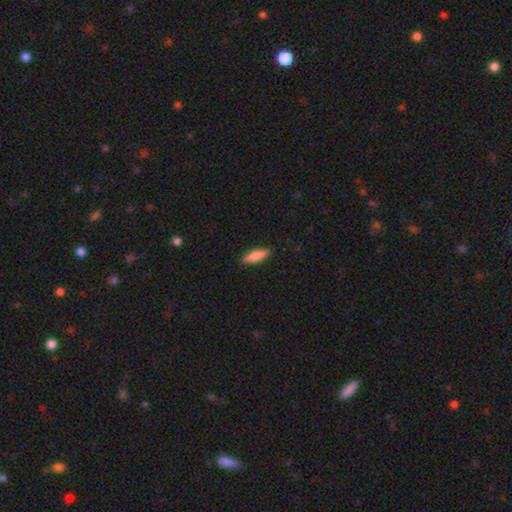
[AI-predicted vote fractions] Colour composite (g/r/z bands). It shows a smooth galaxy with no disk features (86%) that is in between round and cigar-shaped (54%). Merging: none (90%).